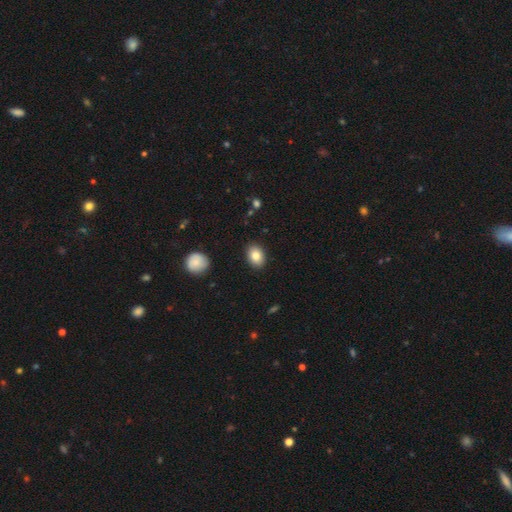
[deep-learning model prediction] Morphology: type=smooth (84%); roundness=in between (77%); merging=none (89%).